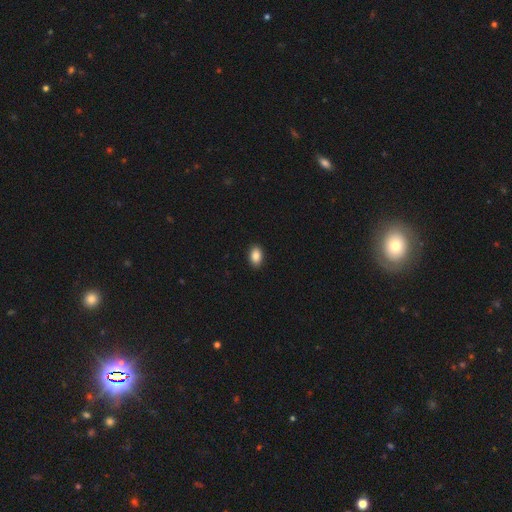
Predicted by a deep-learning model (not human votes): Overall: smooth (88%). How rounded: in between (88%). Merging: none (90%).